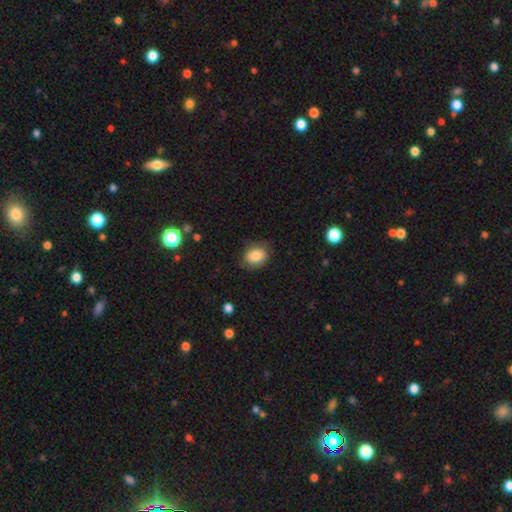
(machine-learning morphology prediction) Smooth or featured?
  - smooth: 81% *
  - featured or disk: 11%
  - star or artifact: 8%
How rounded?
  - in between: 53% *
  - round: 46%
  - cigar-shaped: 1%
Merging?
  - none: 77% *
  - minor disturbance: 17%
  - major disturbance: 5%
  - merger: 1%